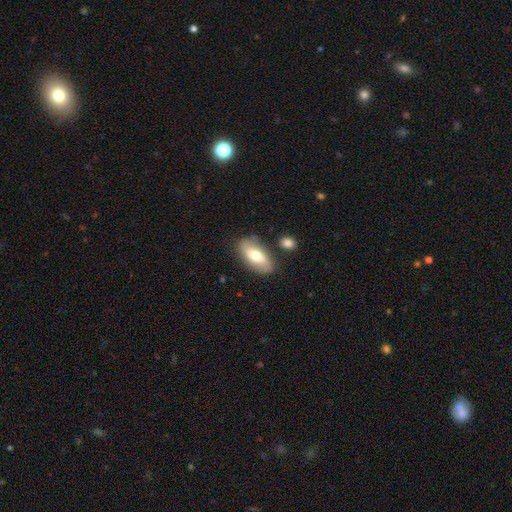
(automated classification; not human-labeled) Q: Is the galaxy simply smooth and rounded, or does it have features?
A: smooth — 62%.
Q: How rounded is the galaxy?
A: in between — 89%.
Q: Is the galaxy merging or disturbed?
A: none — 76%.